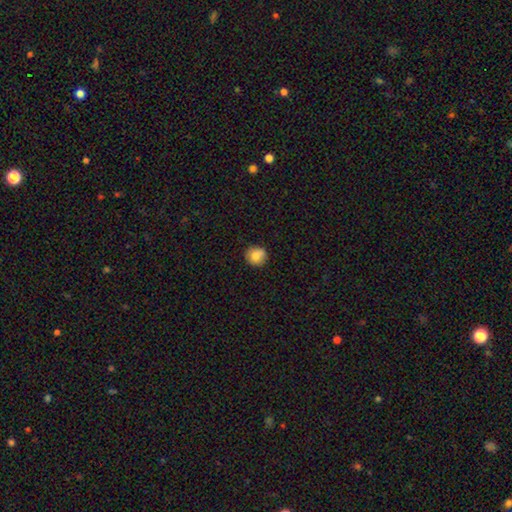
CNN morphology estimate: smooth-or-featured: smooth: 78% | featured or disk: 13% | star or artifact: 9%
  how-rounded: round: 90% | in between: 9% | cigar-shaped: 1%
  merging: none: 73% | minor disturbance: 14% | merger: 10% | major disturbance: 3%